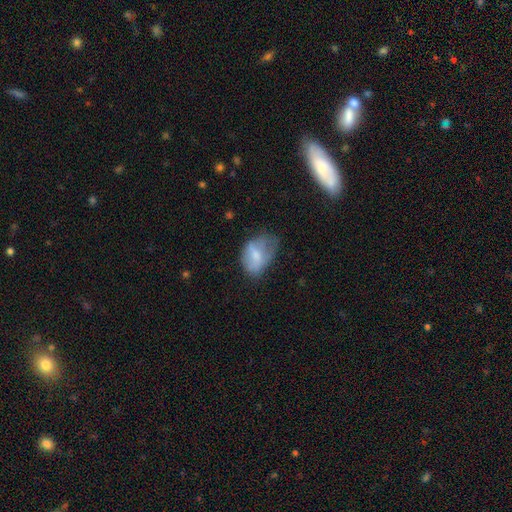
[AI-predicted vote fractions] A smooth galaxy with no disk features (65%) that is in between round and cigar-shaped (83%). Merging: minor disturbance (37%).